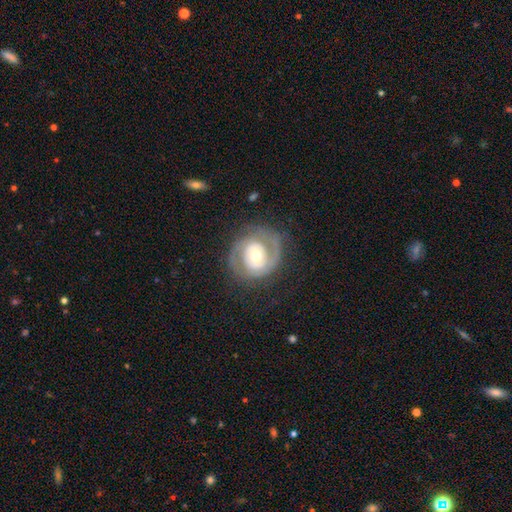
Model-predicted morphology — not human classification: Smooth or featured? Predicted: featured or disk (p=0.81). Edge-on disk? Predicted: no (p=0.97). Bar? Predicted: no (p=0.57). Spiral arms? Predicted: yes (p=0.85). Spiral winding? Predicted: tight (p=0.56). Spiral arm count? Predicted: 2 (p=0.75). Bulge size? Predicted: moderate (p=0.61). Merging? Predicted: none (p=0.75).